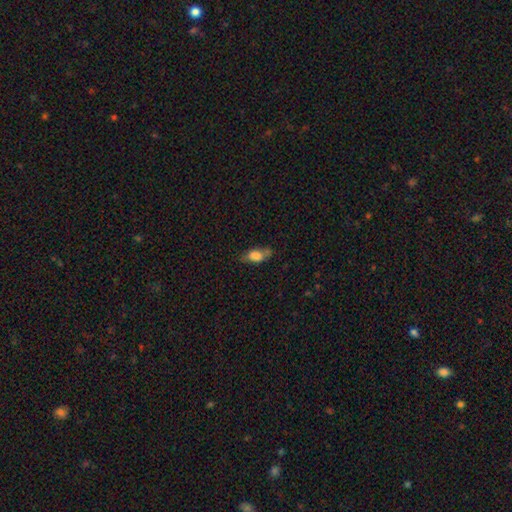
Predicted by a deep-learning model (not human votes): Morphology: type=smooth (76%); roundness=in between (82%); merging=none (60%).